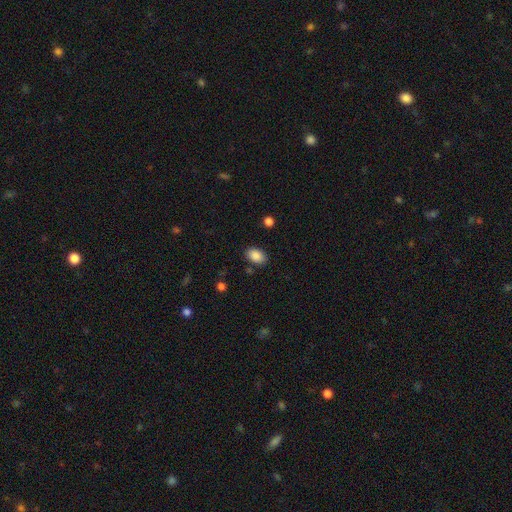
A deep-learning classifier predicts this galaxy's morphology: smooth 88%, star or artifact 8%, featured or disk 4%. Down the decision tree: how rounded — in between (87%); merging — none (84%).